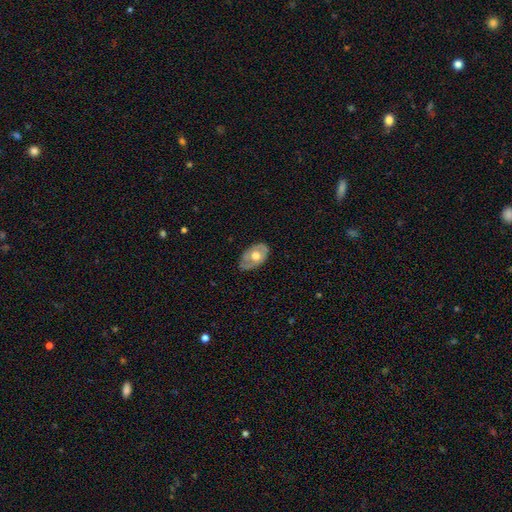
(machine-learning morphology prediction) This is possibly a featured or disk galaxy (50%). Merging: likely none (70%).